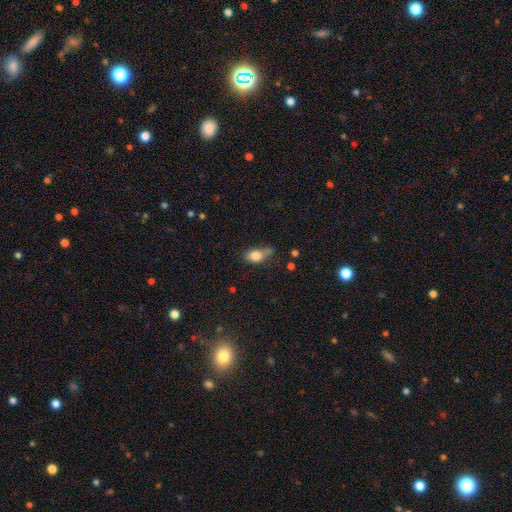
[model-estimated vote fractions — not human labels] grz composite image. It shows a smooth galaxy with no disk features (80%) that is in between round and cigar-shaped (74%). Merging: none (43%).